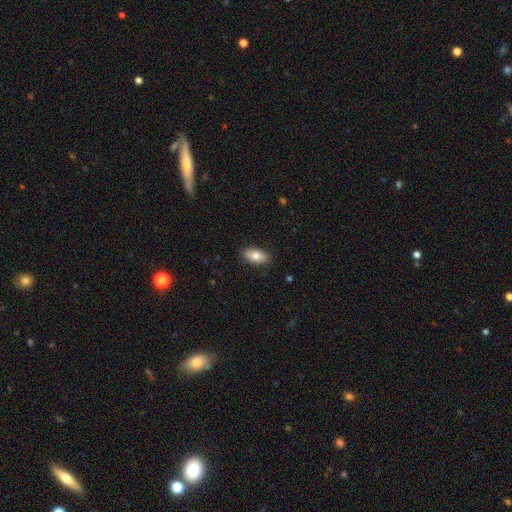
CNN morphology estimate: Q: Smooth or featured?
A: smooth (78%); runner-up: featured or disk (15%)
Q: How rounded?
A: in between (91%); runner-up: cigar-shaped (5%)
Q: Merging?
A: none (87%); runner-up: minor disturbance (10%)